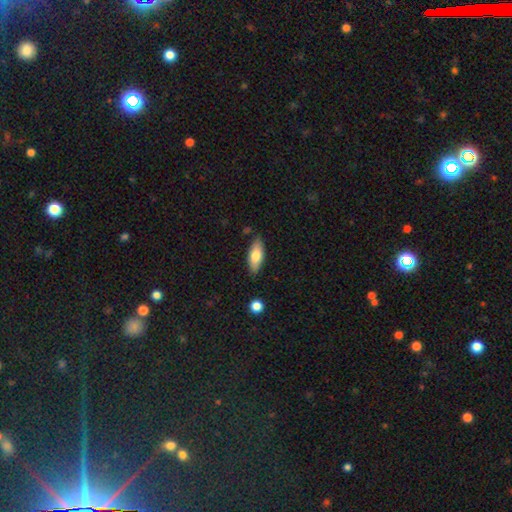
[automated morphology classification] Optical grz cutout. It shows a smooth galaxy with no disk features (72%) that is in between round and cigar-shaped (77%). Merging: none (82%).